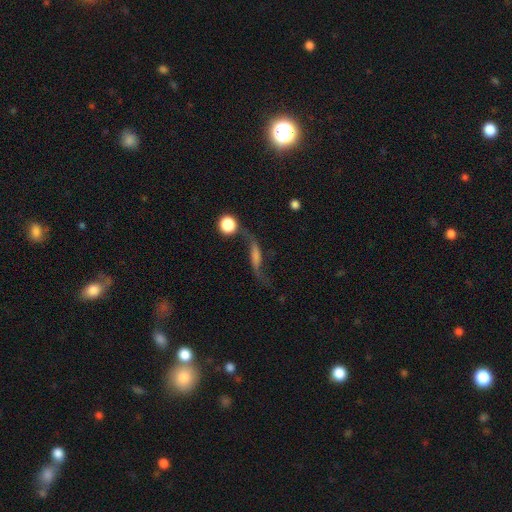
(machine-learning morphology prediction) smooth-or-featured: featured or disk: 72% | smooth: 16% | star or artifact: 11%
  disk-edge-on: no: 81% | yes: 19%
    bar: no: 38% | weak: 34% | strong: 28%
    has-spiral-arms: yes: 93% | no: 7%
      spiral-winding: loose: 93% | medium: 5% | tight: 2%
      spiral-arm-count: 2: 92% | 1: 3% | can't tell: 2% | 3: 1% | 4: 1% | more than 4: 1%
    bulge-size: none: 50% | small: 18% | moderate: 14% | large: 11% | dominant: 7%
  merging: none: 63% | minor disturbance: 16% | major disturbance: 15% | merger: 7%